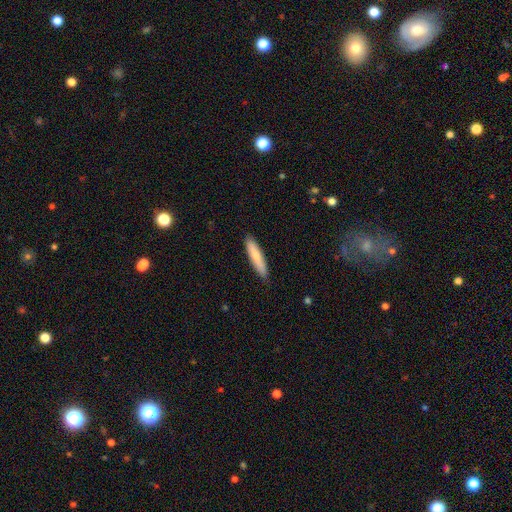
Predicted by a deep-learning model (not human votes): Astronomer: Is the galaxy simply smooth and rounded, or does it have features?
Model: smooth — 79%.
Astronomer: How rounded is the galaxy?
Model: cigar-shaped — 84%.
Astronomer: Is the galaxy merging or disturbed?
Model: none — 88%.